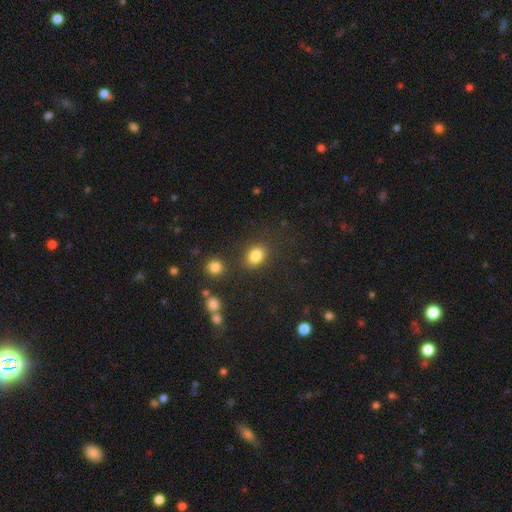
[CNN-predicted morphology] This is clearly a smooth galaxy (82%). How rounded: possibly in between (59%). Merging: likely none (78%).